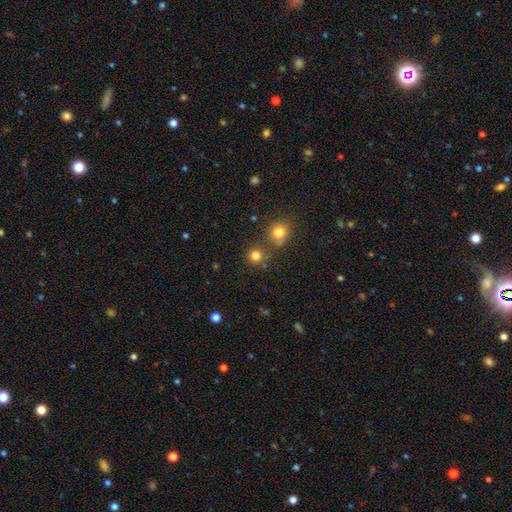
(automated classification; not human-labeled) This appears to be a smooth galaxy with no disk features (80%) that is round (91%). Merging: none (70%).